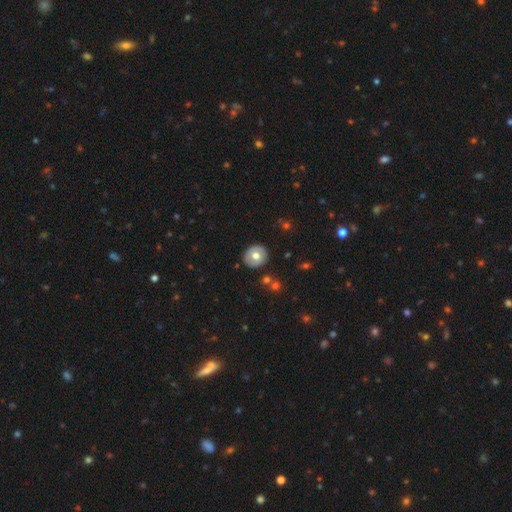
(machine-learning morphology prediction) Overall: smooth (61%; featured or disk 32%). How rounded: round (85%). Merging: none (87%).